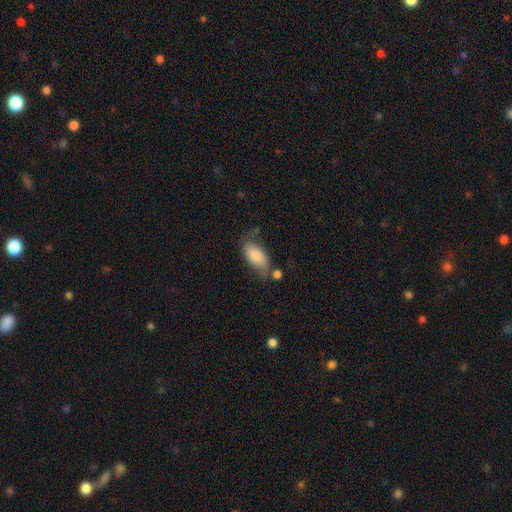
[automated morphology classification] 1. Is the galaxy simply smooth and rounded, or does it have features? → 79% smooth, 14% featured or disk, 7% star or artifact.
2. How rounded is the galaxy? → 92% in between, 5% cigar-shaped, 3% round.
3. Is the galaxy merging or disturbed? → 51% none, 28% minor disturbance, 11% major disturbance, 11% merger.